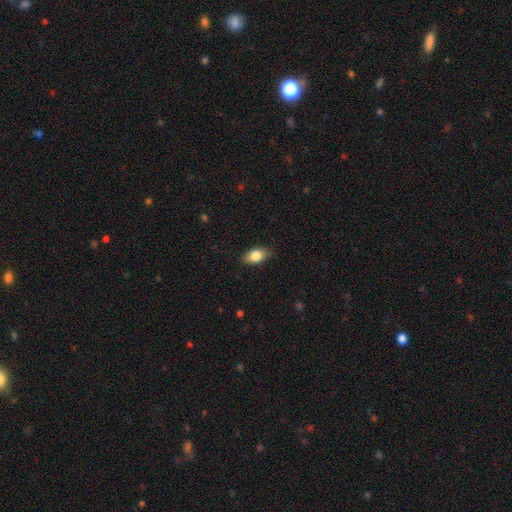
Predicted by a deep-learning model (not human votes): The model was most divided on "merging": none: 82%, minor disturbance: 14%, major disturbance: 3%, merger: 1%. More confident: how rounded — in between (87%); smooth or featured — smooth (81%).